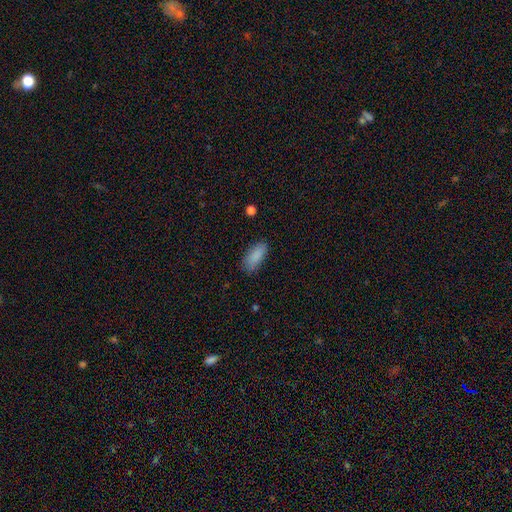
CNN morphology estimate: The model was most divided on "merging": none: 78%, minor disturbance: 17%, major disturbance: 4%, merger: 1%. More confident: smooth or featured — smooth (87%); how rounded — in between (82%).